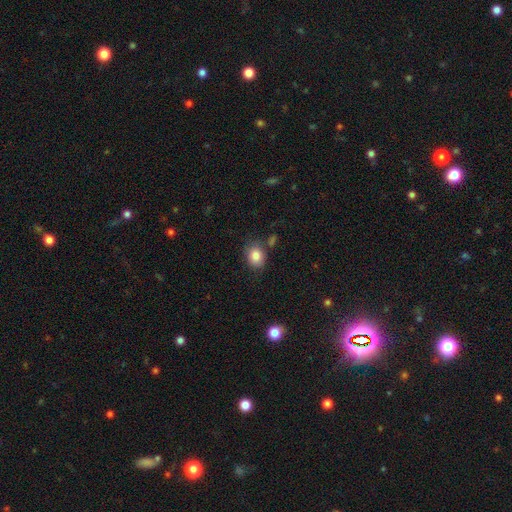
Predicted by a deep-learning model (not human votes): Smooth or featured? smooth (84%)
How rounded? in between (52%)
Merging? none (76%)